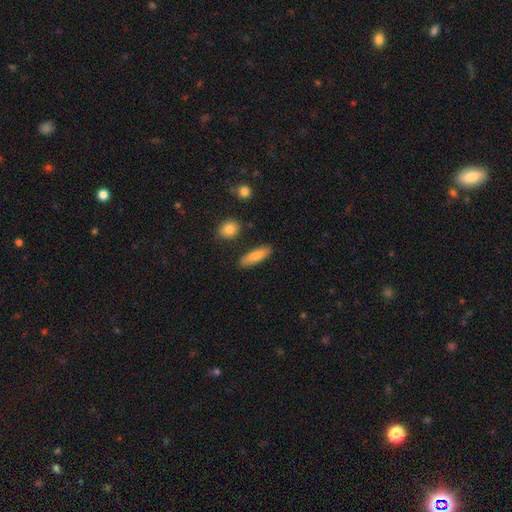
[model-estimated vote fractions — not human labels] Smooth or featured? Predicted: smooth (p=0.82). How rounded? Predicted: cigar-shaped (p=0.53). Merging? Predicted: none (p=0.85).